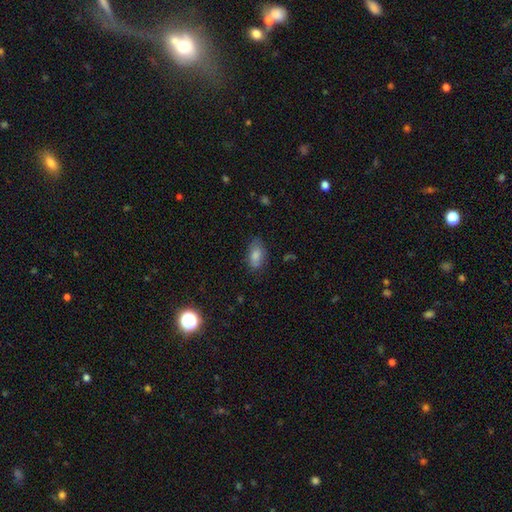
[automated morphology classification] Smooth or featured? smooth (81%)
How rounded? in between (90%)
Merging? none (70%)